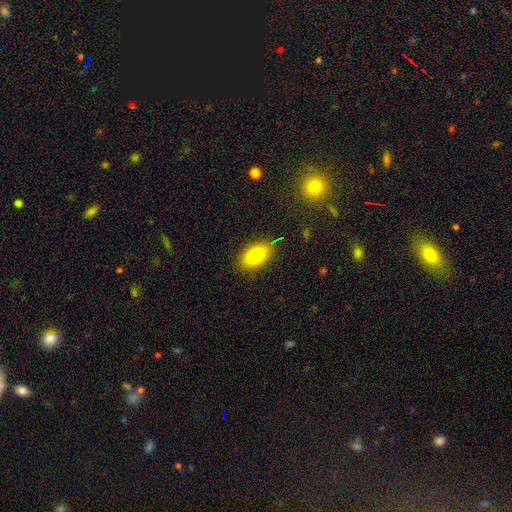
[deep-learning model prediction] smooth_or_featured: smooth (p=0.79) [alt: featured or disk p=0.13]
how_rounded: in between (p=0.89) [alt: round p=0.07]
merging: none (p=0.84) [alt: minor disturbance p=0.11]